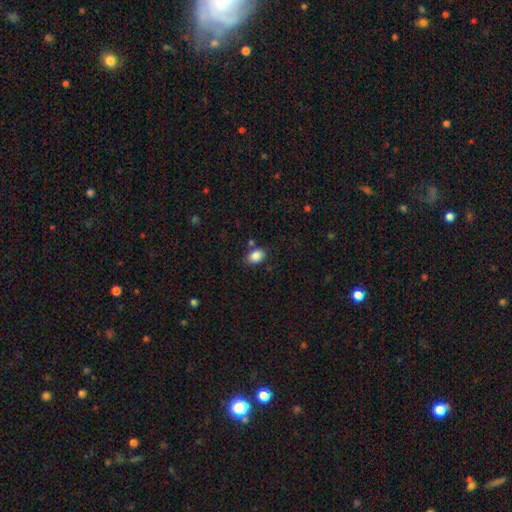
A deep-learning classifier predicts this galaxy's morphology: smooth_or_featured: smooth (p=0.86) [alt: star or artifact p=0.09]
how_rounded: in between (p=0.76) [alt: round p=0.23]
merging: none (p=0.76) [alt: minor disturbance p=0.13]